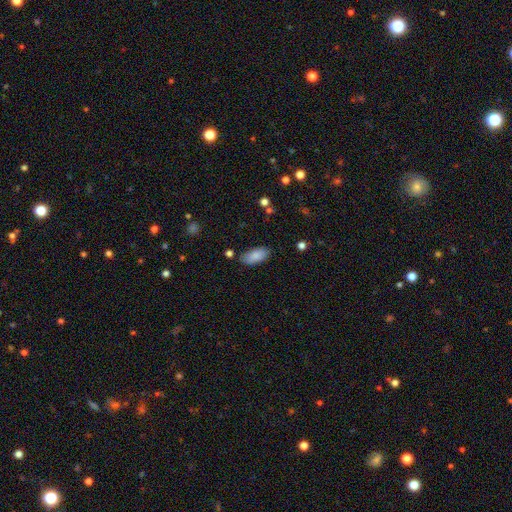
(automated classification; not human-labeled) The model was most divided on "merging": none: 81%, minor disturbance: 14%, major disturbance: 3%, merger: 3%. More confident: how rounded — in between (89%); smooth or featured — smooth (86%).